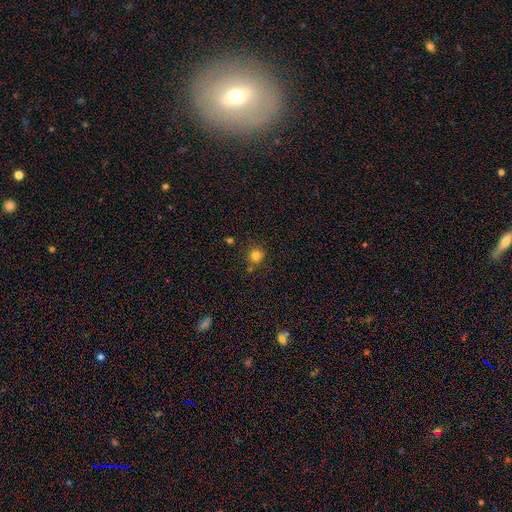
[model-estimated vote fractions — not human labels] Morphology: type=smooth (81%); roundness=round (90%); merging=none (79%).